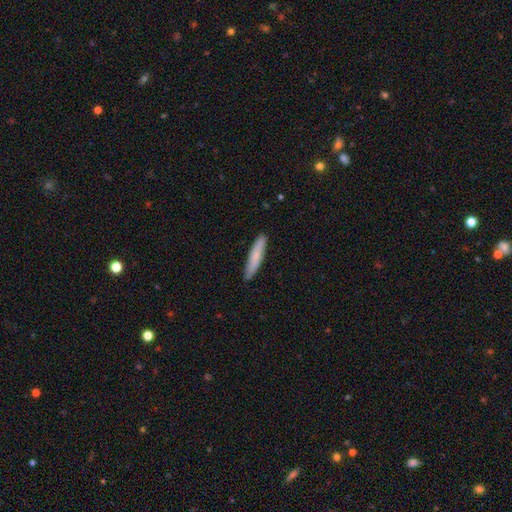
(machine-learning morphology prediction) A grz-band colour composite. It shows a smooth galaxy with no disk features (72%) that is cigar-shaped (89%). Merging: none (87%).